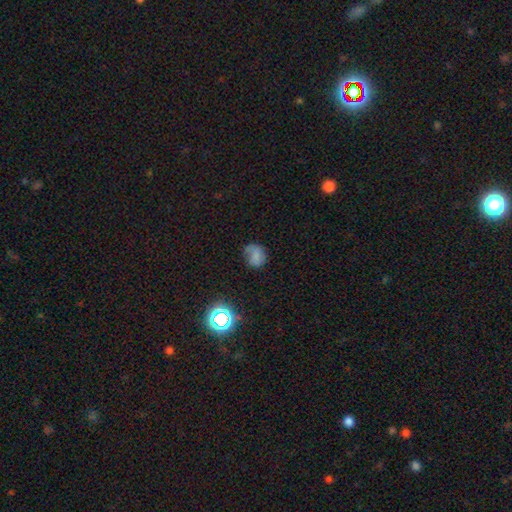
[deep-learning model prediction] smooth 64%, star or artifact 18%, featured or disk 18%. Down the decision tree: how rounded — round (58%); merging — none (48%).